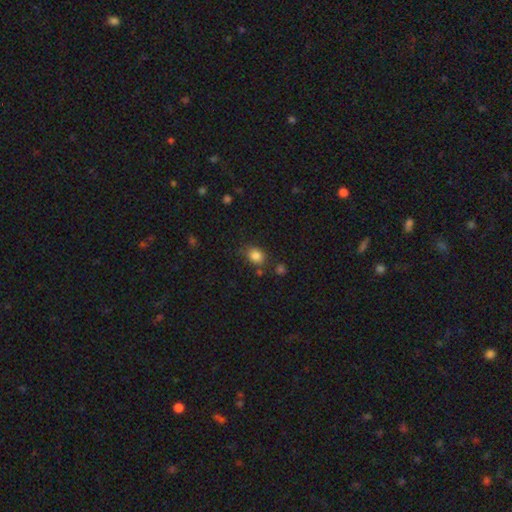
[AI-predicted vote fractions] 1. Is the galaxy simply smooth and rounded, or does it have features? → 84% smooth, 11% star or artifact, 5% featured or disk.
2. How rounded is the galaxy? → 53% round, 46% in between, 1% cigar-shaped.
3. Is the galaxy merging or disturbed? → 70% none, 18% minor disturbance, 7% merger, 5% major disturbance.